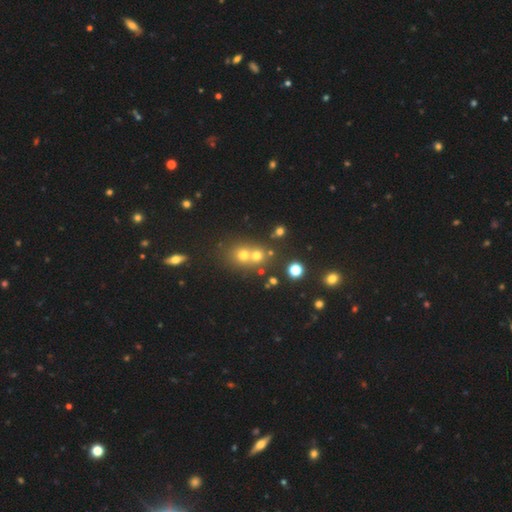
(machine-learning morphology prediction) Smooth or featured?
  - smooth: 55% *
  - star or artifact: 28%
  - featured or disk: 16%
How rounded?
  - round: 79% *
  - in between: 20%
  - cigar-shaped: 1%
Merging?
  - merger: 47% *
  - none: 43%
  - minor disturbance: 6%
  - major disturbance: 3%